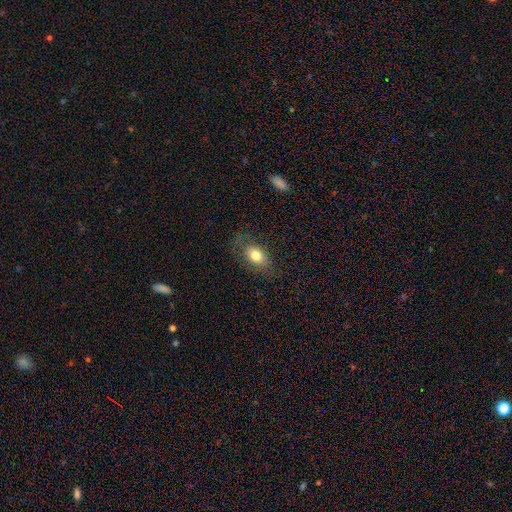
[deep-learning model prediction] Smooth or featured?
  - smooth: 76% *
  - featured or disk: 15%
  - star or artifact: 9%
How rounded?
  - in between: 80% *
  - round: 17%
  - cigar-shaped: 3%
Merging?
  - none: 73% *
  - minor disturbance: 18%
  - major disturbance: 8%
  - merger: 1%